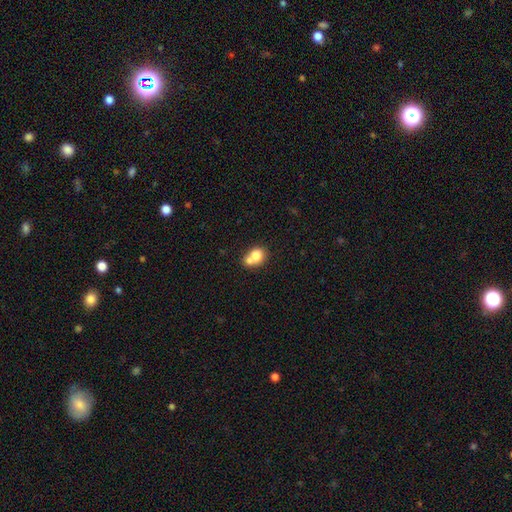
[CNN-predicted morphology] Smooth or featured: smooth — 74% (featured or disk — 16%)
How rounded: round — 63% (in between — 36%)
Merging: merger — 61% (none — 28%)